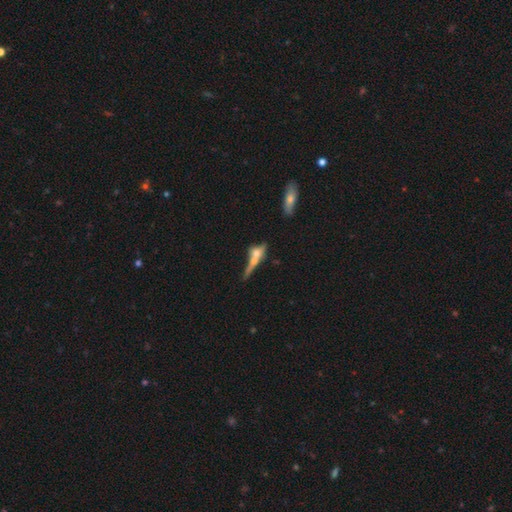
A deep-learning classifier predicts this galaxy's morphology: Q: Smooth or featured?
A: smooth (45%); tied with: featured or disk (45%)
Q: Merging?
A: merger (43%); runner-up: none (34%)